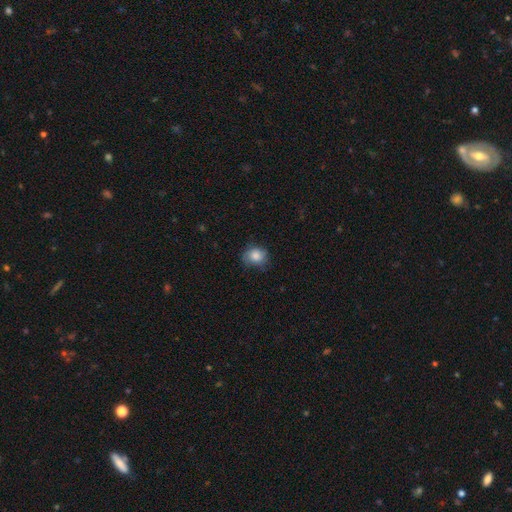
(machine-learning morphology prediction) type=smooth (82%); roundness=round (68%); merging=none (67%).